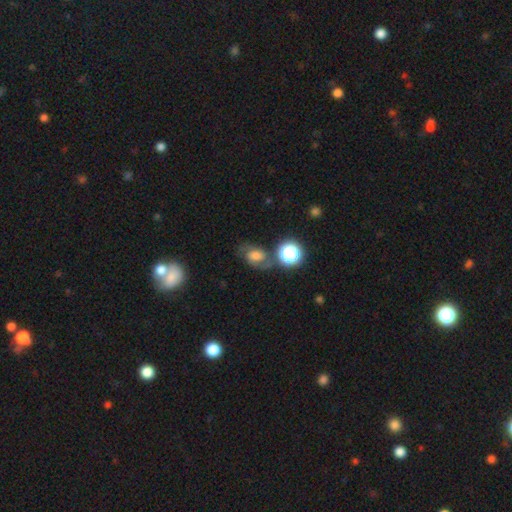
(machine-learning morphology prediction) Smooth or featured?
  - featured or disk: 49% *
  - smooth: 34%
  - star or artifact: 16%
Merging?
  - none: 59% *
  - minor disturbance: 19%
  - major disturbance: 11%
  - merger: 10%